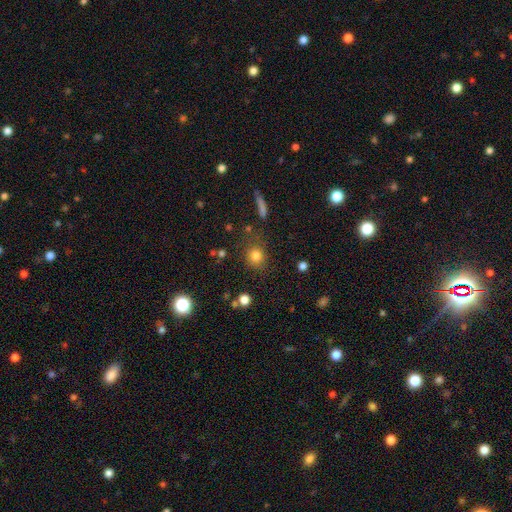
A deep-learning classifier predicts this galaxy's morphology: A smooth galaxy with no disk features (81%) that is round (81%).

Vote fractions:
- Smooth or featured? smooth: 81% / star or artifact: 12% / featured or disk: 7%
- How rounded? round: 81% / in between: 17% / cigar-shaped: 2%
- Merging? none: 78% / minor disturbance: 12% / major disturbance: 5% / merger: 5%